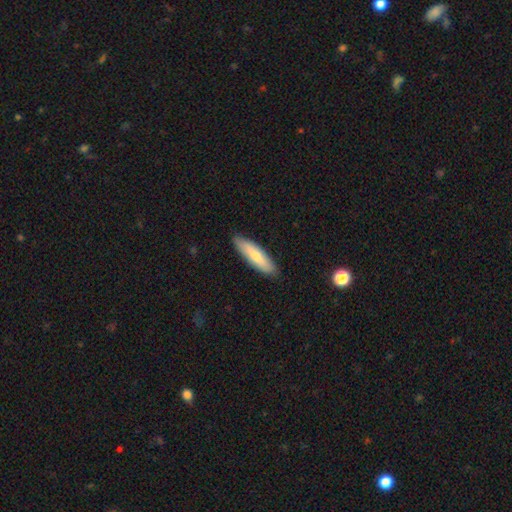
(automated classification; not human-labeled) smooth_or_featured: smooth (p=0.72) [alt: featured or disk p=0.22]
how_rounded: cigar-shaped (p=0.66) [alt: in between p=0.33]
merging: none (p=0.88) [alt: minor disturbance p=0.09]